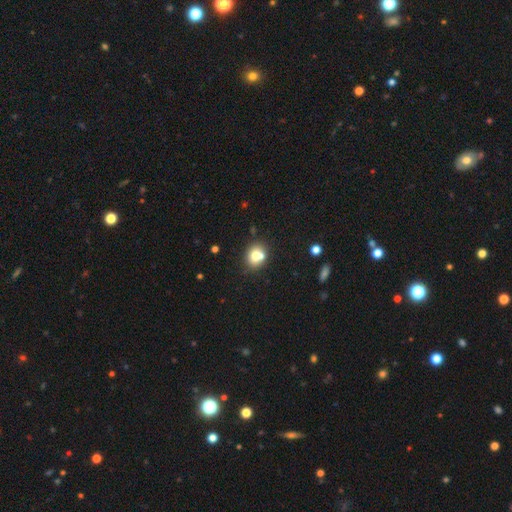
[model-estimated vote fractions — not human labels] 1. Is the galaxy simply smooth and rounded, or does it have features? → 73% smooth, 16% featured or disk, 11% star or artifact.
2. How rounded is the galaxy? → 63% round, 36% in between, 1% cigar-shaped.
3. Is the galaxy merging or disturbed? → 55% none, 29% merger, 12% minor disturbance, 4% major disturbance.